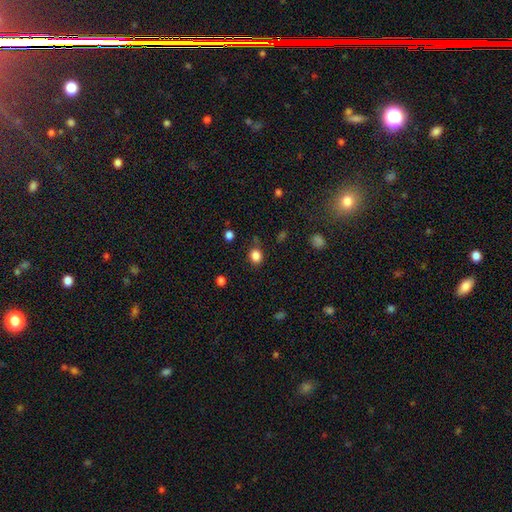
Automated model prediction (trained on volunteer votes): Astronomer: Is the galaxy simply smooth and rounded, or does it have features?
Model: smooth — 84%.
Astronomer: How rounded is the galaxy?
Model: round — 70%.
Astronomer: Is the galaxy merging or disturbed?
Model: none — 79%.